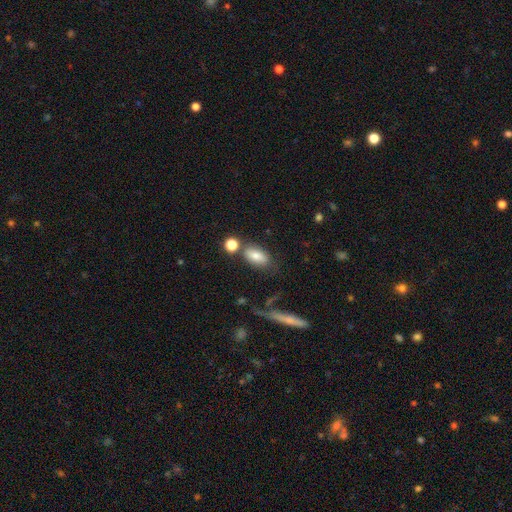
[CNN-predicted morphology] This appears to be a smooth galaxy with no disk features (78%) that is in between round and cigar-shaped (85%). Merging: none (67%).